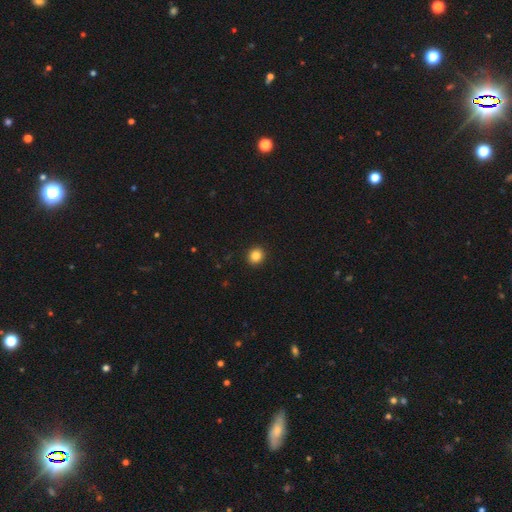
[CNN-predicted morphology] The model was most divided on "smooth or featured": smooth: 85%, star or artifact: 11%, featured or disk: 5%. More confident: merging — none (93%); how rounded — round (87%).